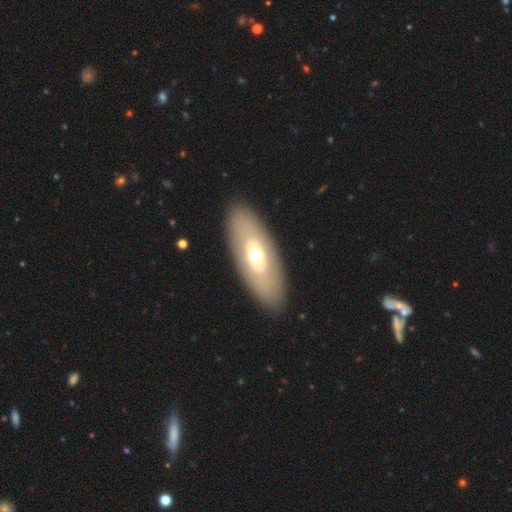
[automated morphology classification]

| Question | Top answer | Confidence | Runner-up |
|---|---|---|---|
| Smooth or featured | smooth | 49% | featured or disk (44%) |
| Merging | none | 87% | minor disturbance (8%) |